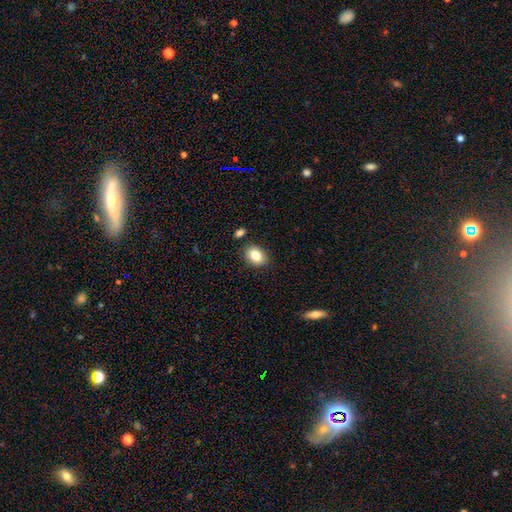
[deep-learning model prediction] smooth_or_featured: smooth (p=0.84) [alt: star or artifact p=0.08]
how_rounded: in between (p=0.70) [alt: round p=0.29]
merging: none (p=0.85) [alt: minor disturbance p=0.10]